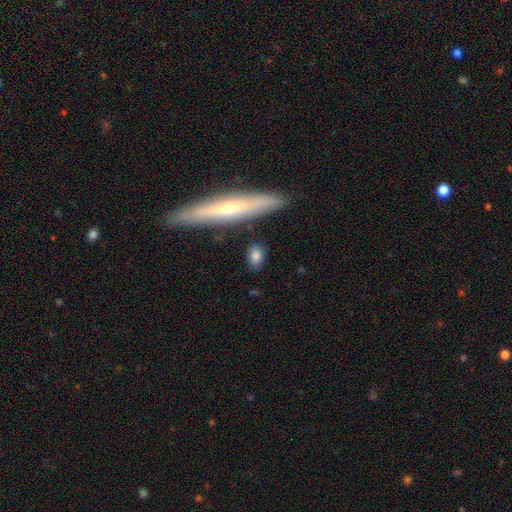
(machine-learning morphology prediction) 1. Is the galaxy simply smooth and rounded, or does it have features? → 80% smooth, 12% featured or disk, 7% star or artifact.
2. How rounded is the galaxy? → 73% in between, 16% round, 11% cigar-shaped.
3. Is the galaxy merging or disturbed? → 83% none, 11% minor disturbance, 3% merger, 3% major disturbance.